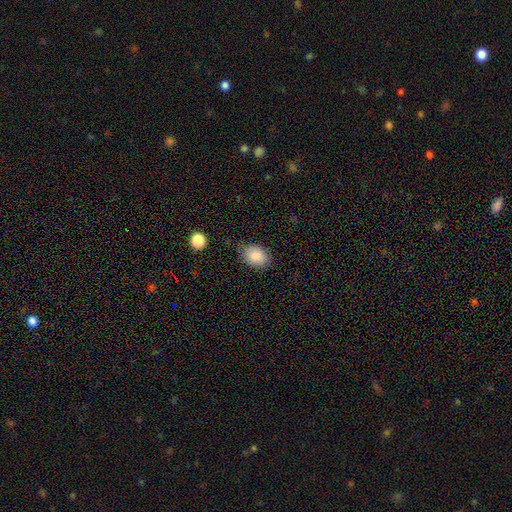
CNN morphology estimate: smooth_or_featured: smooth (p=0.86) [alt: star or artifact p=0.08]
how_rounded: in between (p=0.77) [alt: round p=0.22]
merging: none (p=0.78) [alt: minor disturbance p=0.17]